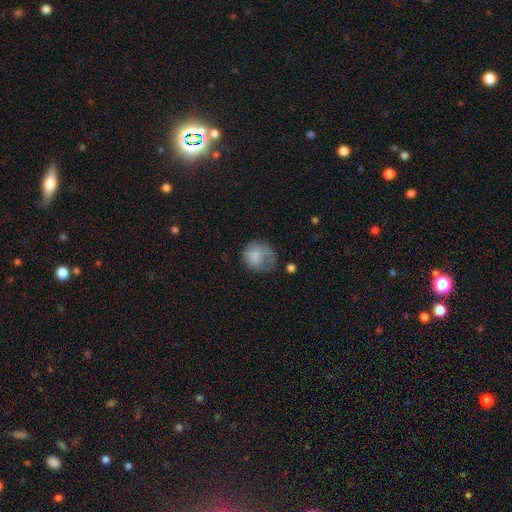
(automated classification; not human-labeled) The model was most divided on "merging": none: 36%, major disturbance: 33%, minor disturbance: 27%, merger: 3%. More confident: smooth or featured — smooth (72%); how rounded — round (70%).